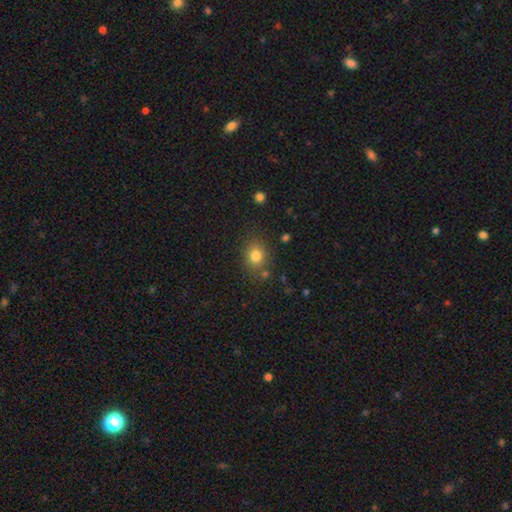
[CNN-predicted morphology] Smooth or featured? Predicted: smooth (p=0.80). How rounded? Predicted: round (p=0.57). Merging? Predicted: none (p=0.79).